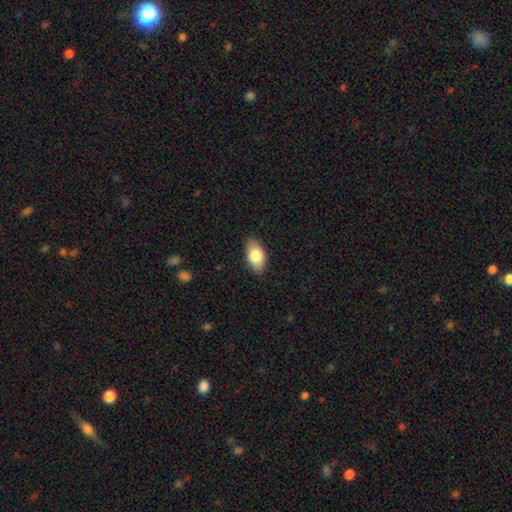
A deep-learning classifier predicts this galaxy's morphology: Smooth or featured?
  - smooth: 80% *
  - featured or disk: 14%
  - star or artifact: 7%
How rounded?
  - in between: 92% *
  - round: 6%
  - cigar-shaped: 2%
Merging?
  - none: 86% *
  - minor disturbance: 11%
  - major disturbance: 2%
  - merger: 1%